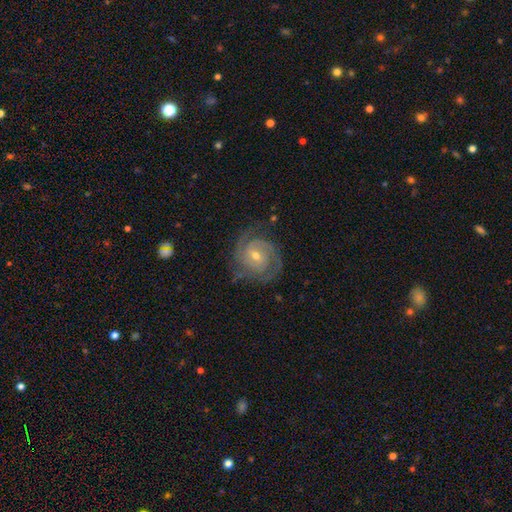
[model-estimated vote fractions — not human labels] This appears to be a featured or disk galaxy (88%) with no bar (57%), 2 (45%) tight (66%) spiral arms (97%) and a small central bulge (54%). Merging: none (77%).